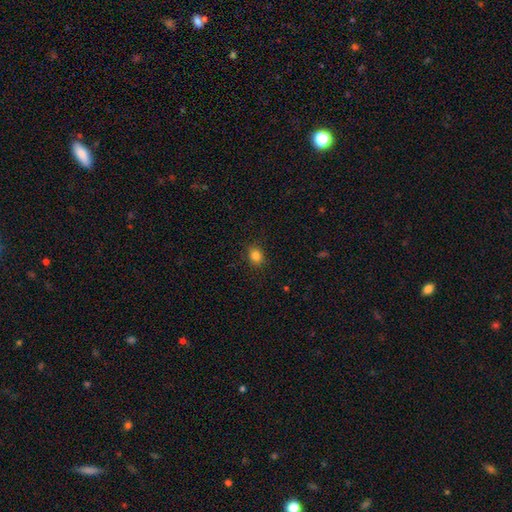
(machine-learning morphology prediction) Q: Smooth or featured?
A: smooth (84%); runner-up: star or artifact (12%)
Q: How rounded?
A: round (61%); runner-up: in between (38%)
Q: Merging?
A: none (88%); runner-up: minor disturbance (8%)